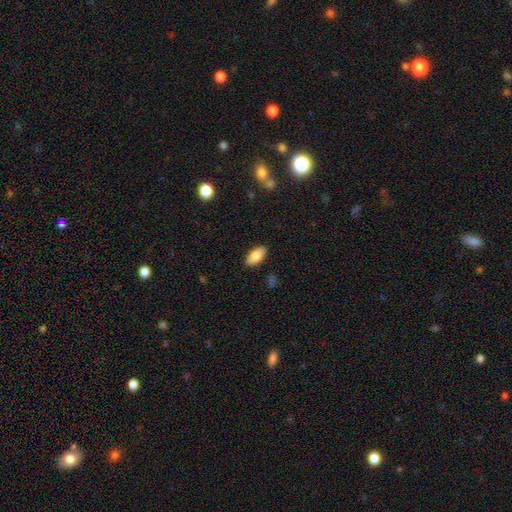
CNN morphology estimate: smooth-or-featured: smooth: 80% | featured or disk: 13% | star or artifact: 7%
  how-rounded: in between: 90% | cigar-shaped: 8% | round: 2%
  merging: none: 88% | minor disturbance: 9% | major disturbance: 2% | merger: 1%